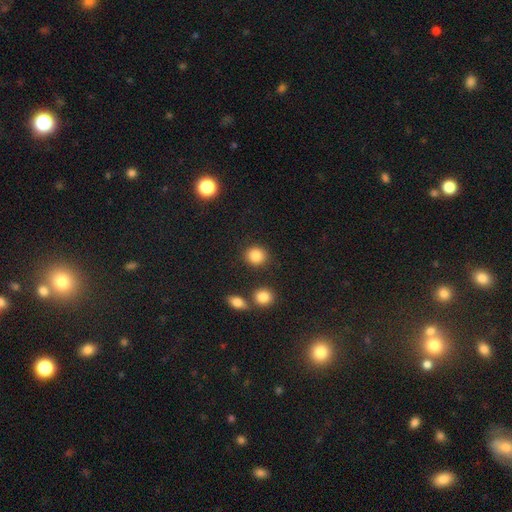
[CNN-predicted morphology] type=smooth (85%); roundness=round (79%); merging=none (85%).